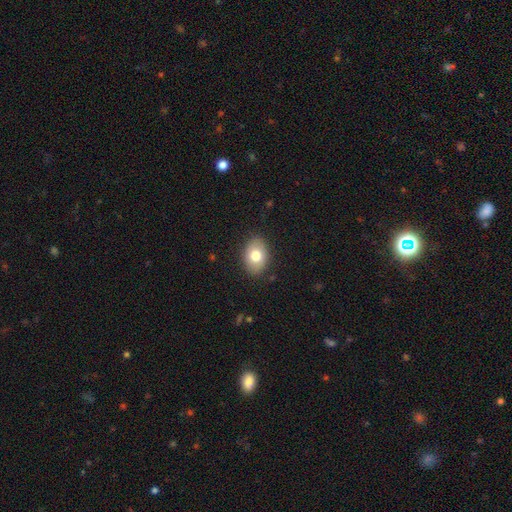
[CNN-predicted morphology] smooth-or-featured: smooth: 78% | featured or disk: 15% | star or artifact: 7%
  how-rounded: in between: 81% | round: 18% | cigar-shaped: 1%
  merging: none: 87% | minor disturbance: 10% | major disturbance: 2% | merger: 1%